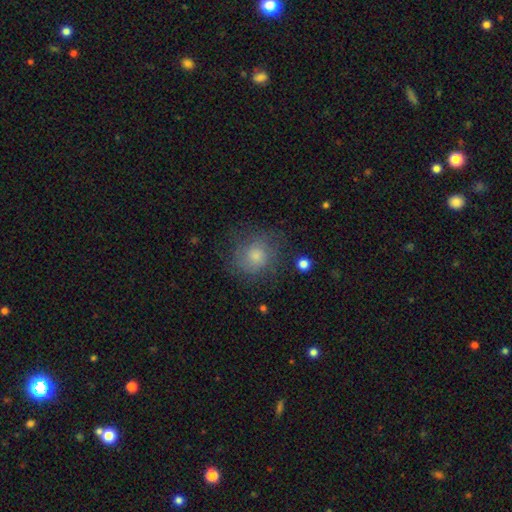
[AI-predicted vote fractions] smooth-or-featured: smooth: 55% | featured or disk: 31% | star or artifact: 14%
  how-rounded: round: 83% | in between: 16% | cigar-shaped: 1%
  merging: none: 72% | minor disturbance: 18% | major disturbance: 9% | merger: 1%